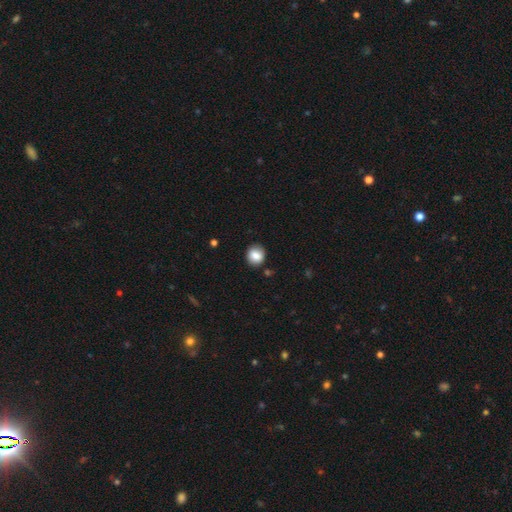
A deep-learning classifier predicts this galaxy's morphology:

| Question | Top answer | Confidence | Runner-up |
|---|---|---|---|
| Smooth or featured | smooth | 84% | star or artifact (9%) |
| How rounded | round | 77% | in between (22%) |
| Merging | none | 85% | minor disturbance (11%) |